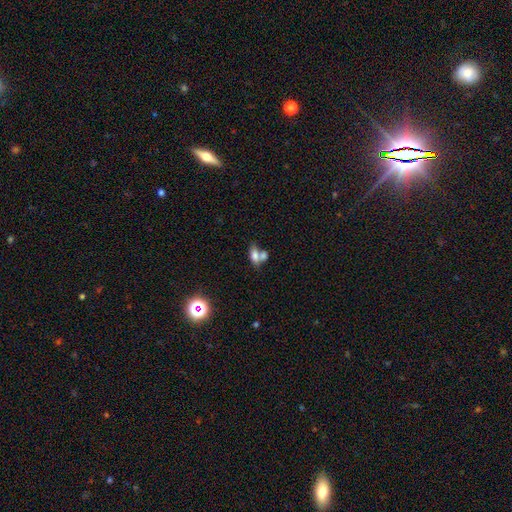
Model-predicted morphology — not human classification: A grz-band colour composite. It shows a smooth galaxy with no disk features (66%) that is in between round and cigar-shaped (80%). Merging: merger (58%).